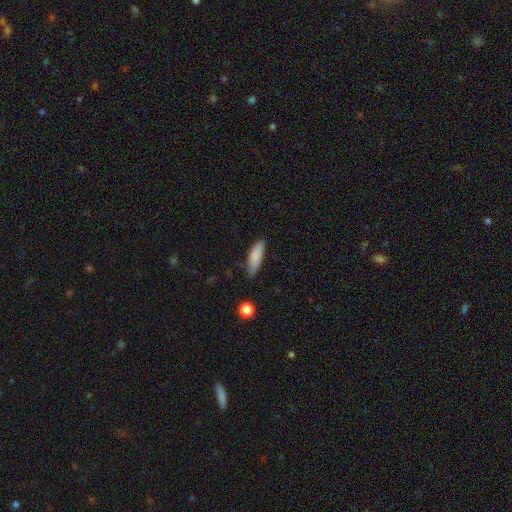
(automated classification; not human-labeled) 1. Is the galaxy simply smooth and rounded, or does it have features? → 85% smooth, 9% featured or disk, 7% star or artifact.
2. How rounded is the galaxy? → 49% in between (tied), 49% cigar-shaped (tied), 2% round.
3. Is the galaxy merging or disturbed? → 75% none, 20% minor disturbance, 3% major disturbance, 2% merger.